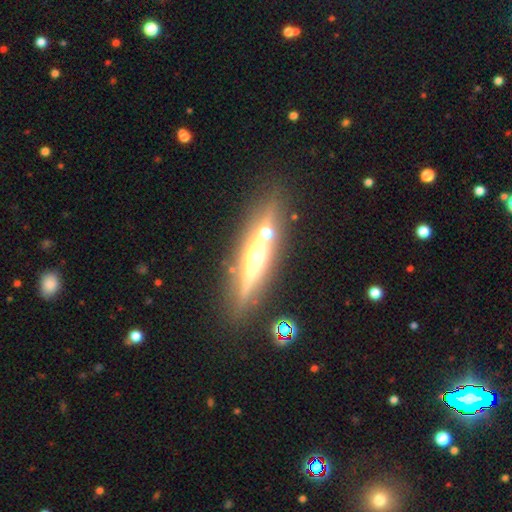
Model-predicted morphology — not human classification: Smooth or featured? featured or disk (73%)
Edge-on disk? yes (94%)
Edge-on bulge? rounded (69%)
Merging? none (79%)